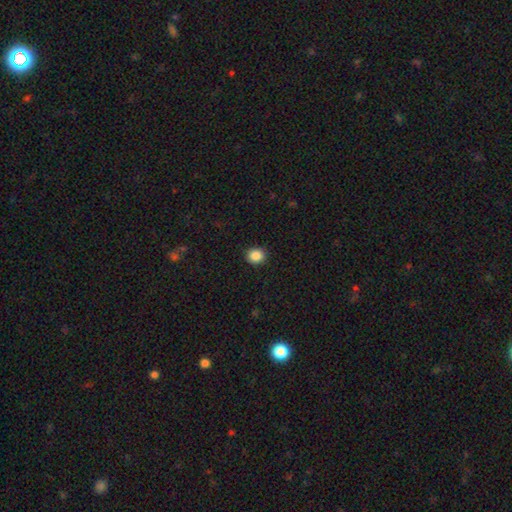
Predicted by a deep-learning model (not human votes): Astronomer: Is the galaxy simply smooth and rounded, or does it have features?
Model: smooth — 88%.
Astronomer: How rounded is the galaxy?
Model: round — 76%.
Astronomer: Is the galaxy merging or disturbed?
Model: none — 91%.